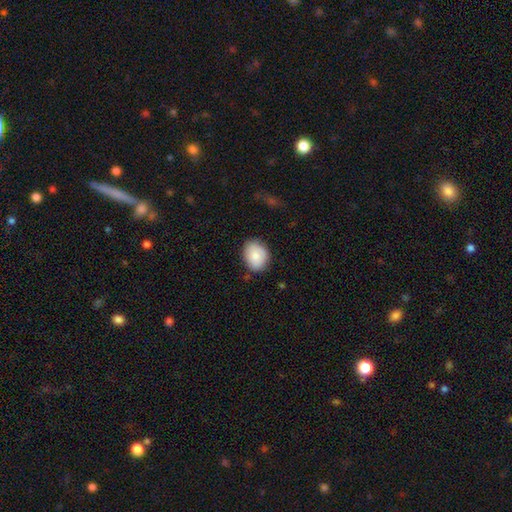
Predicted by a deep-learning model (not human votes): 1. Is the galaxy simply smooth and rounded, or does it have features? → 84% smooth, 9% featured or disk, 7% star or artifact.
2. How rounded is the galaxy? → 55% in between, 44% round, 1% cigar-shaped.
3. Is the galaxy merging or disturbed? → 79% none, 17% minor disturbance, 3% major disturbance, 2% merger.